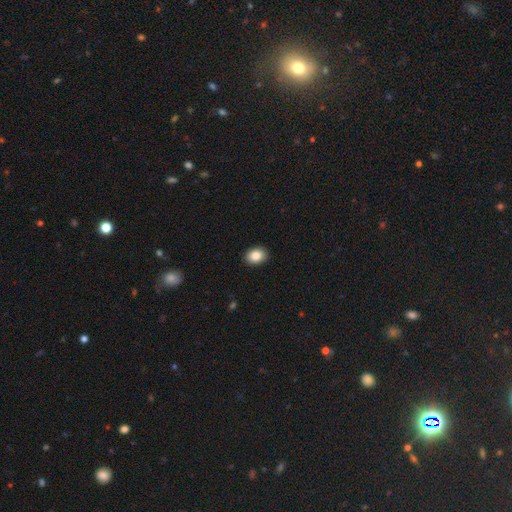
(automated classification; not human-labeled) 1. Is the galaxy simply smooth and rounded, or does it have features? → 87% smooth, 8% star or artifact, 5% featured or disk.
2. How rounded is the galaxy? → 68% in between, 31% round, 1% cigar-shaped.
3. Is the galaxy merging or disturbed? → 90% none, 7% minor disturbance, 2% major disturbance, 1% merger.